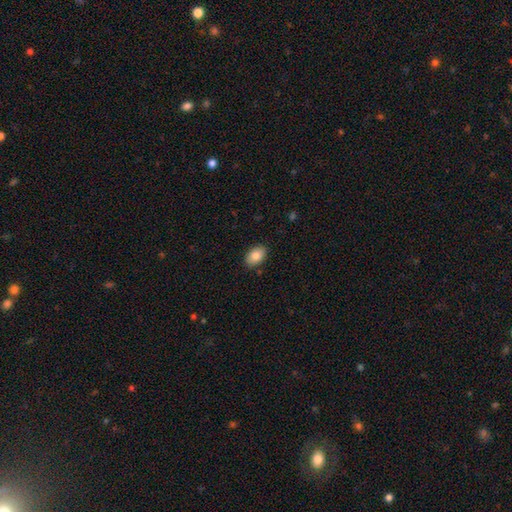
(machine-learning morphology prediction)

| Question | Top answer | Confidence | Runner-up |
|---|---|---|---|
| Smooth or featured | smooth | 84% | featured or disk (9%) |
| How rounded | in between | 89% | round (10%) |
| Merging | none | 87% | minor disturbance (10%) |